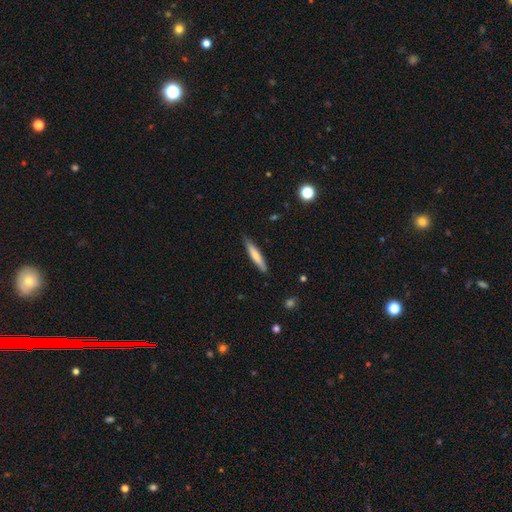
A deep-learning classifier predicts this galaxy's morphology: Q: Smooth or featured?
A: smooth (71%); runner-up: featured or disk (23%)
Q: How rounded?
A: cigar-shaped (91%); runner-up: in between (8%)
Q: Merging?
A: none (86%); runner-up: minor disturbance (11%)